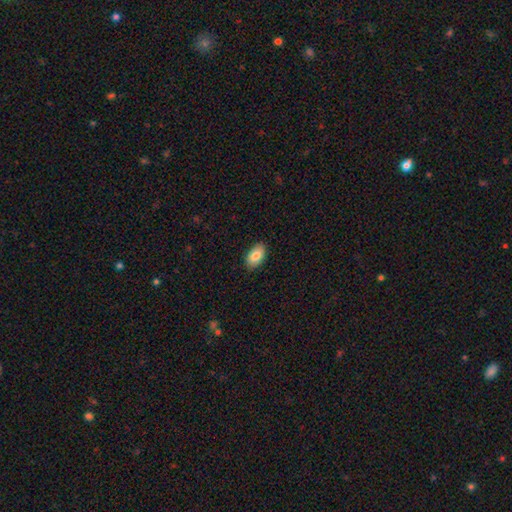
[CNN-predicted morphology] This is clearly a smooth galaxy (84%). How rounded: clearly in between (94%). Merging: clearly none (88%).